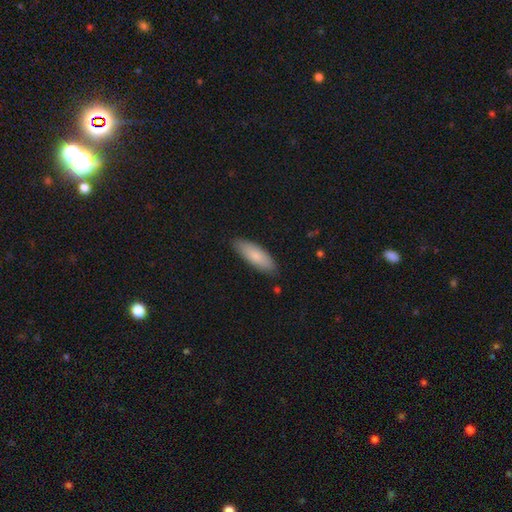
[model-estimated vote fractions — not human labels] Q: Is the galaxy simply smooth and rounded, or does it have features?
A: smooth — 79%.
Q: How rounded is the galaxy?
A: in between — 65%.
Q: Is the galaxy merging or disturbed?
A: none — 83%.